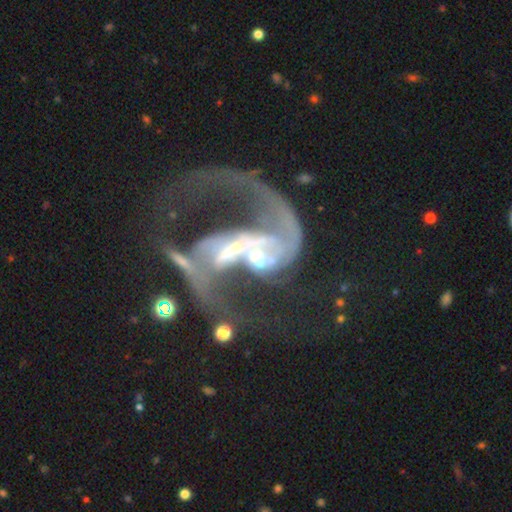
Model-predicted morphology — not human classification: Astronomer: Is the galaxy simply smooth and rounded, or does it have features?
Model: featured or disk — 71%.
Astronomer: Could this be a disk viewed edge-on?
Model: no — 93%.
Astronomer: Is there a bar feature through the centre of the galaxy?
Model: no — 64%.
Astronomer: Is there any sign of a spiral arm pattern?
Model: yes — 53% (runner-up: no, 47%).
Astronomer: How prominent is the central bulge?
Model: moderate — 37% (runner-up: small, 32%).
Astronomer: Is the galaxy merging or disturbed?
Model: merger — 60%.